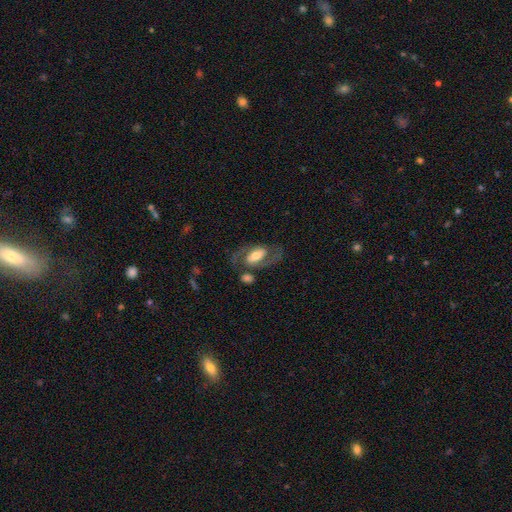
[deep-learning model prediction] featured or disk 75%, smooth 19%, star or artifact 6%. Down the decision tree: edge-on disk — no (94%); bar — weak (35%); spiral arms — yes (87%); spiral arm count — 2 (89%); spiral winding — medium (55%); bulge size — moderate (58%); merging — none (65%).